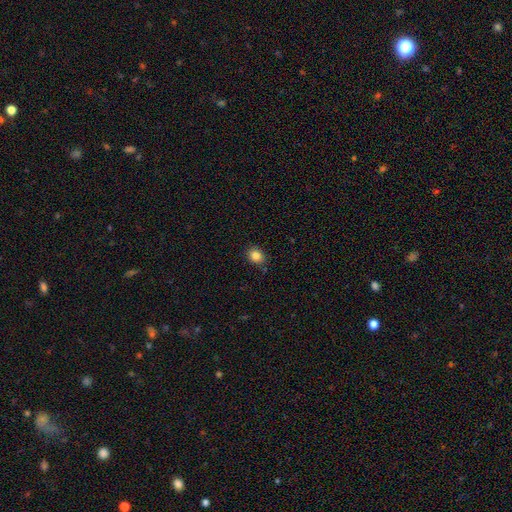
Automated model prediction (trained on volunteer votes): Smooth or featured? smooth (84%)
How rounded? round (56%)
Merging? none (84%)